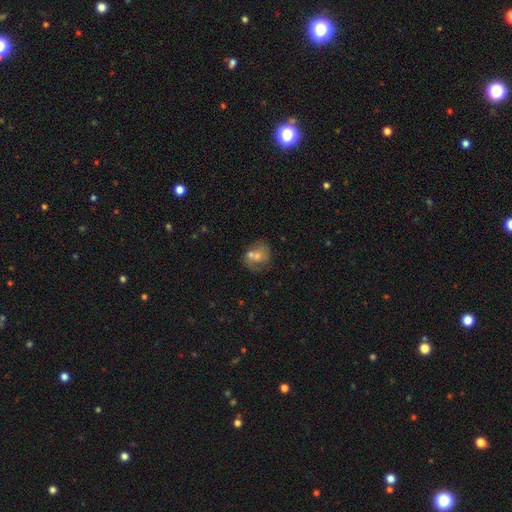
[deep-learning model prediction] Smooth or featured?
  - smooth: 54% *
  - featured or disk: 36%
  - star or artifact: 10%
How rounded?
  - round: 62% *
  - in between: 37%
  - cigar-shaped: 1%
Merging?
  - merger: 42% *
  - none: 37%
  - minor disturbance: 14%
  - major disturbance: 7%